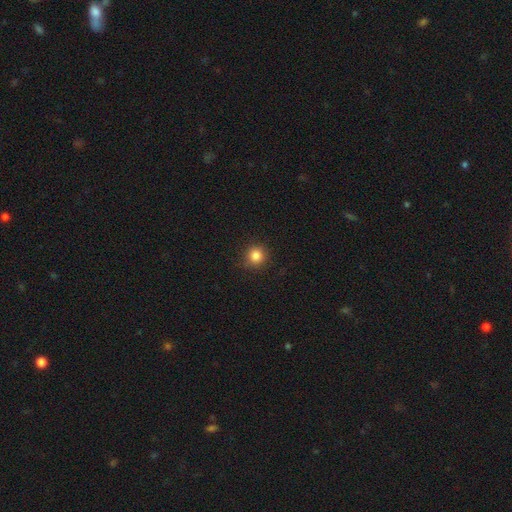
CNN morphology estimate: Smooth or featured? smooth (85%)
How rounded? round (92%)
Merging? none (88%)